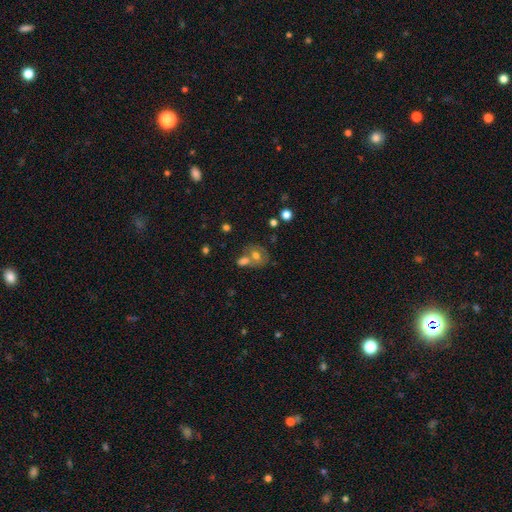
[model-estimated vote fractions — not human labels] A smooth galaxy with no disk features (63%) that is round (52%). Merging: merger (46%).